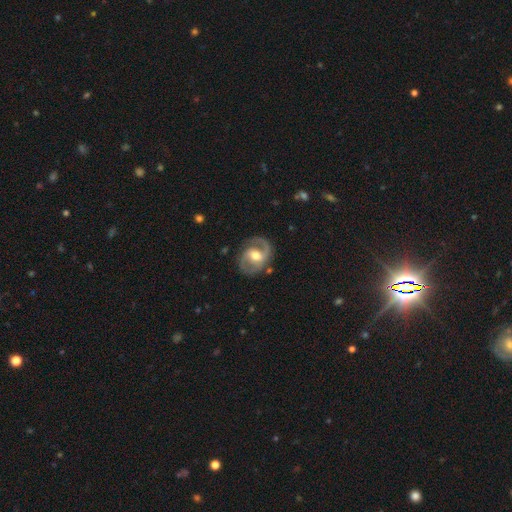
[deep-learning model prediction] Smooth or featured? Predicted: featured or disk (p=0.87). Edge-on disk? Predicted: no (p=0.98). Bar? Predicted: weak (p=0.47). Spiral arms? Predicted: yes (p=0.95). Spiral winding? Predicted: medium (p=0.56). Spiral arm count? Predicted: 2 (p=0.88). Bulge size? Predicted: moderate (p=0.73). Merging? Predicted: none (p=0.79).